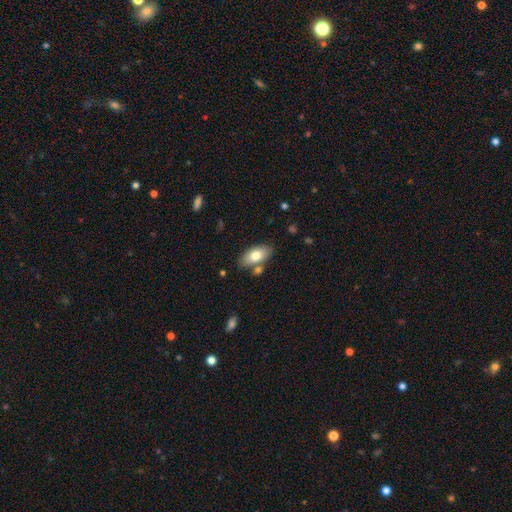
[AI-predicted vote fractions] smooth 75%, featured or disk 18%, star or artifact 7%. Down the decision tree: how rounded — in between (91%); merging — none (75%).